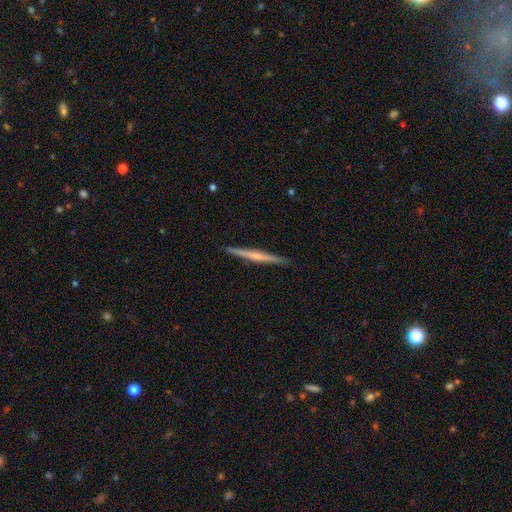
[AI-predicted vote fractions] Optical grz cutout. It shows a featured or disk galaxy (64%) viewed edge-on (98%) with a rounded central bulge (51%). Merging: none (91%).